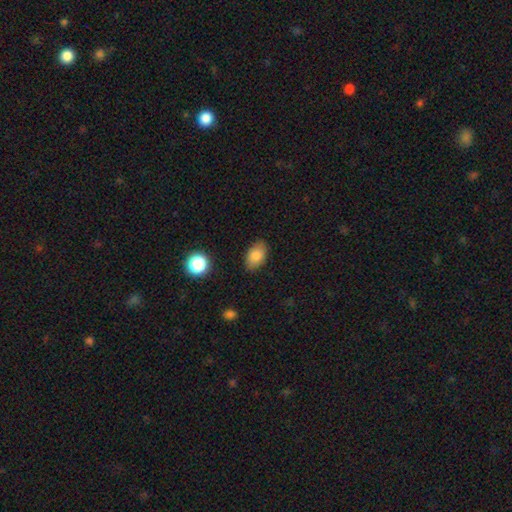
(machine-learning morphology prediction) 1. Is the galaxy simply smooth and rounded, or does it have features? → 84% smooth, 8% star or artifact, 8% featured or disk.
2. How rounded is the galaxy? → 89% in between, 9% round, 2% cigar-shaped.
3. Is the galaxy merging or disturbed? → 83% none, 12% minor disturbance, 3% major disturbance, 2% merger.